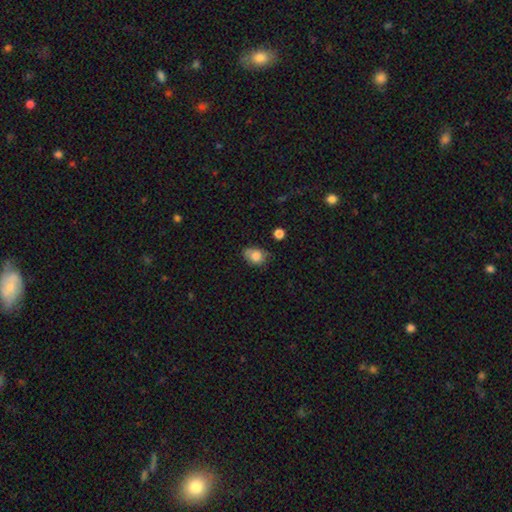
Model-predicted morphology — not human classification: Q: Smooth or featured?
A: smooth (79%); runner-up: featured or disk (12%)
Q: How rounded?
A: in between (60%); runner-up: round (39%)
Q: Merging?
A: none (54%); runner-up: minor disturbance (33%)